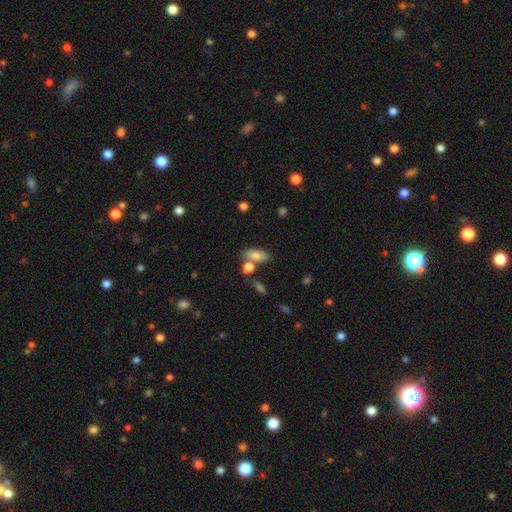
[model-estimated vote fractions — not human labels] This appears to be a smooth galaxy with no disk features (79%) that is in between round and cigar-shaped (83%). Merging: none (57%).